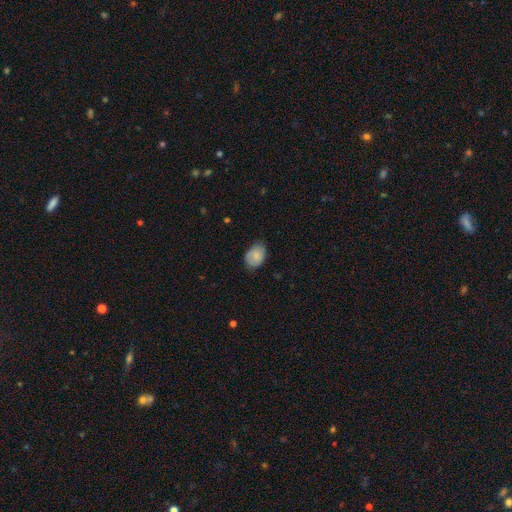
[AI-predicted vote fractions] A smooth galaxy with no disk features (80%) that is in between round and cigar-shaped (77%).

Vote fractions:
- Smooth or featured? smooth: 80% / featured or disk: 13% / star or artifact: 7%
- How rounded? in between: 77% / round: 22% / cigar-shaped: 1%
- Merging? none: 66% / minor disturbance: 28% / major disturbance: 5% / merger: 1%